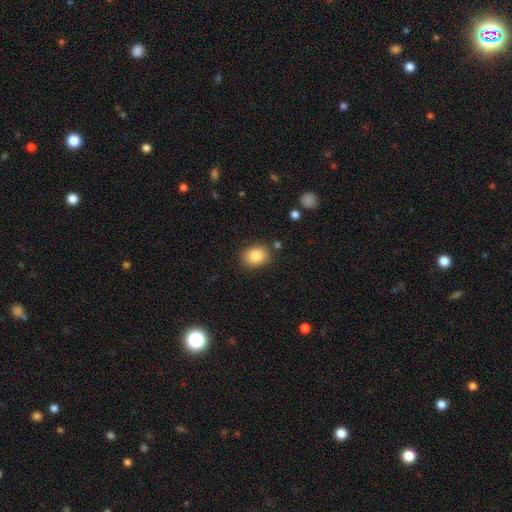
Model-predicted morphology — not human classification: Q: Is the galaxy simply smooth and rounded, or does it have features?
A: smooth — 85%.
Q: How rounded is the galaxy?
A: in between — 59%.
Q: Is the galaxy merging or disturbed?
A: none — 84%.